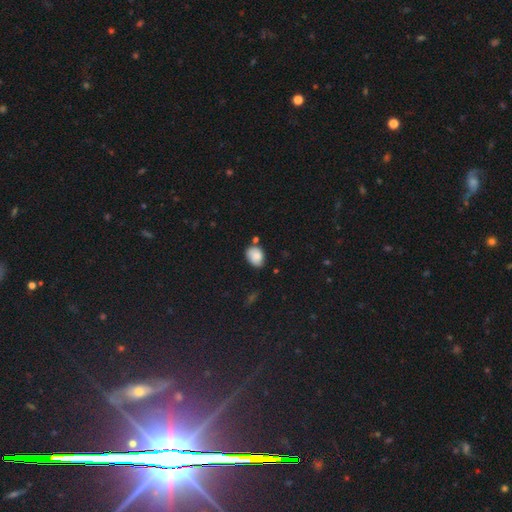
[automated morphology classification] A smooth galaxy with no disk features (80%) that is in between round and cigar-shaped (74%). Merging: none (58%).